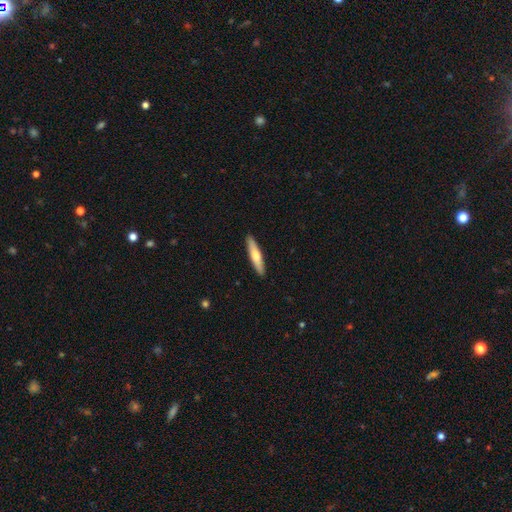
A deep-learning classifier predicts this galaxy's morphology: smooth-or-featured: smooth: 62% | featured or disk: 33% | star or artifact: 5%
  how-rounded: cigar-shaped: 86% | in between: 12% | round: 1%
  merging: none: 91% | minor disturbance: 6% | major disturbance: 1% | merger: 1%